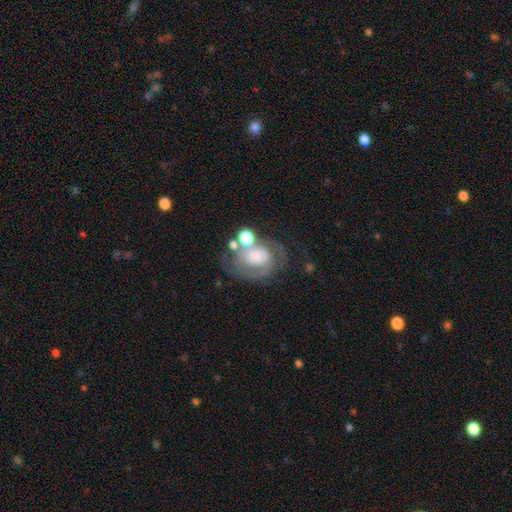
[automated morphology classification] Smooth or featured? featured or disk (62%)
Edge-on disk? no (97%)
Bar? no (76%)
Spiral arms? yes (78%)
Bulge size? small (32%)
Merging? none (44%)